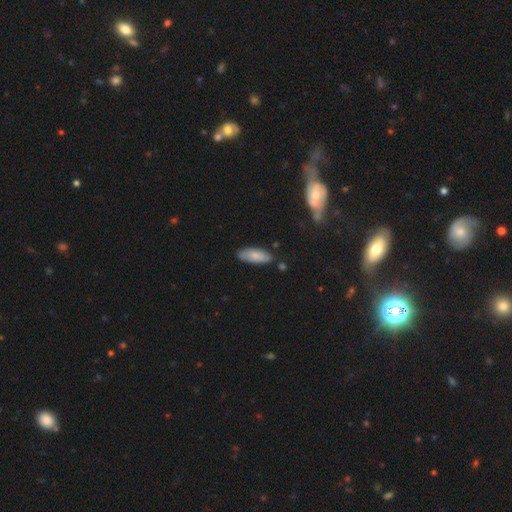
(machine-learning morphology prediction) Smooth or featured? Predicted: smooth (p=0.78). How rounded? Predicted: in between (p=0.74). Merging? Predicted: none (p=0.80).